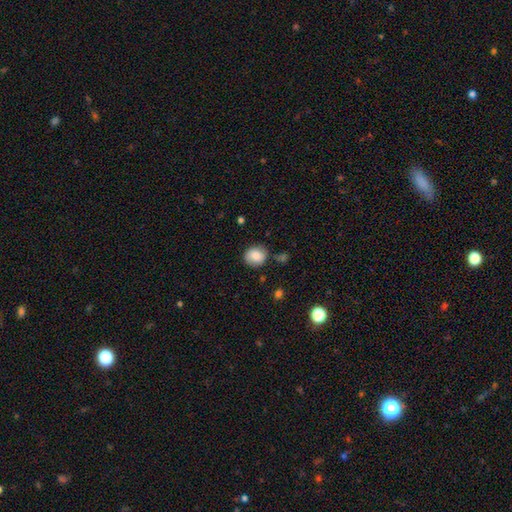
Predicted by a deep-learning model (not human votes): Q: Smooth or featured?
A: smooth (82%); runner-up: featured or disk (9%)
Q: How rounded?
A: round (77%); runner-up: in between (22%)
Q: Merging?
A: none (79%); runner-up: minor disturbance (14%)